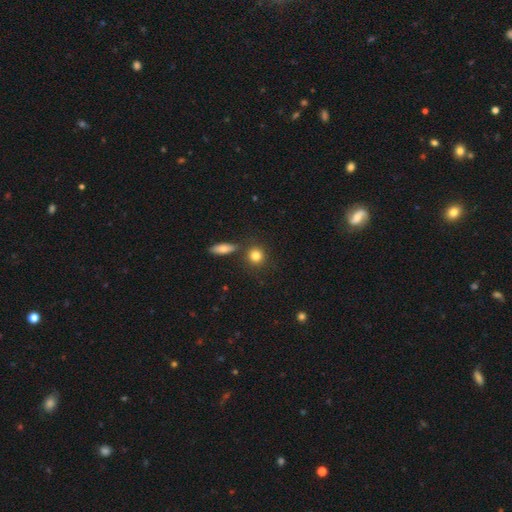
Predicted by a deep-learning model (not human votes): A smooth galaxy with no disk features (83%) that is round (85%). Merging: none (77%).